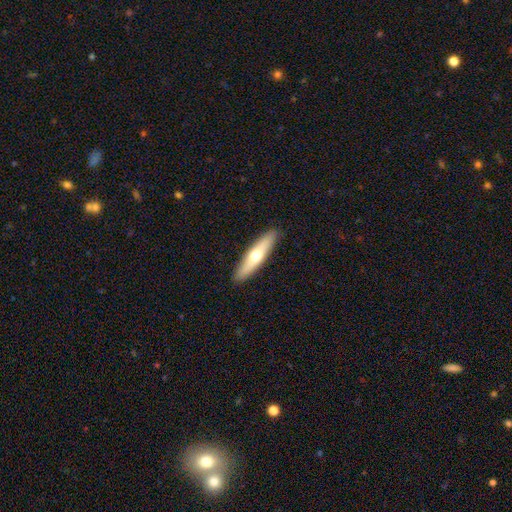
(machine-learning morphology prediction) A smooth galaxy with no disk features (53%) that is cigar-shaped (81%).

Vote fractions:
- Smooth or featured? smooth: 53% / featured or disk: 42% / star or artifact: 5%
- How rounded? cigar-shaped: 81% / in between: 17% / round: 2%
- Merging? none: 91% / minor disturbance: 7% / major disturbance: 1% / merger: 1%